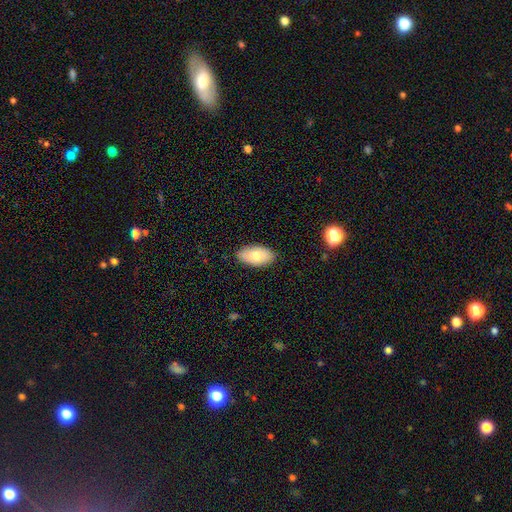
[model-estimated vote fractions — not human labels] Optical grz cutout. It shows a smooth galaxy with no disk features (74%) that is in between round and cigar-shaped (94%). Merging: none (86%).